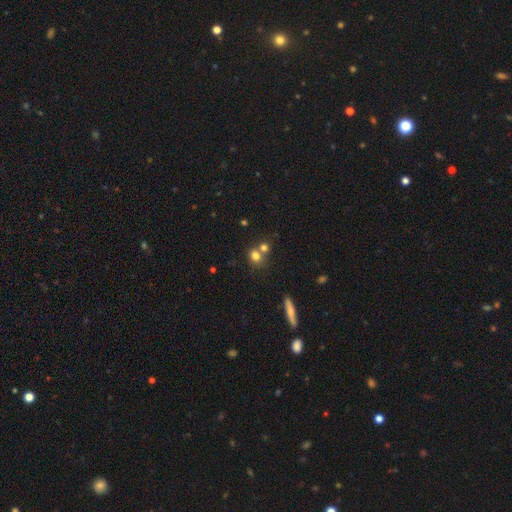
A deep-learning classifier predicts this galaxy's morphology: Smooth or featured: smooth — 75% (star or artifact — 13%)
How rounded: round — 71% (in between — 27%)
Merging: none — 46% (merger — 42%)